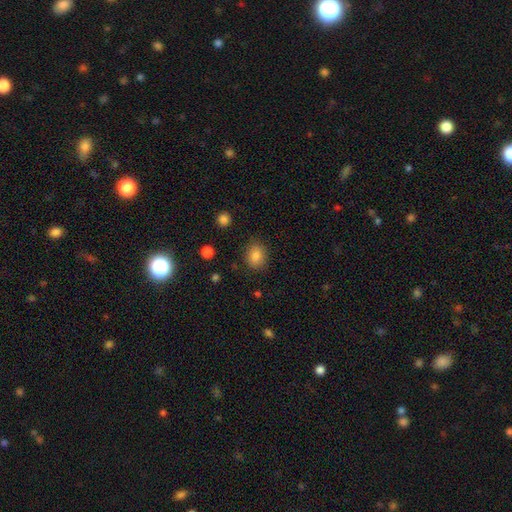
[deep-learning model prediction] Smooth or featured? smooth (83%)
How rounded? round (56%)
Merging? none (85%)